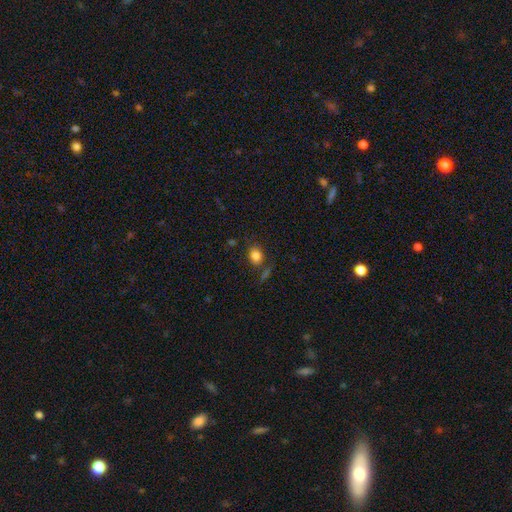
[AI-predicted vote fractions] This is clearly a smooth galaxy (83%). How rounded: possibly round (51%). Merging: likely none (73%).